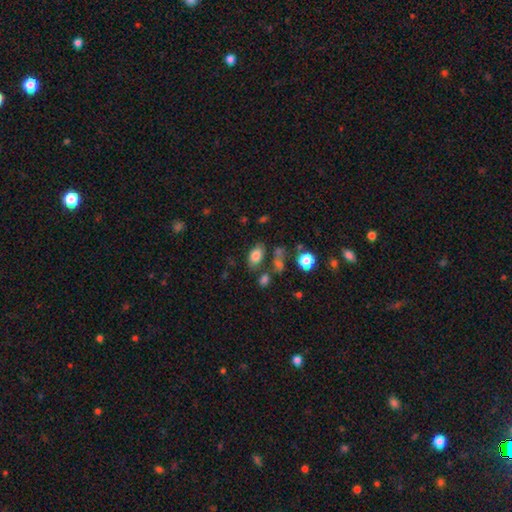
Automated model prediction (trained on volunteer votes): Smooth or featured? Predicted: smooth (p=0.81). How rounded? Predicted: in between (p=0.89). Merging? Predicted: none (p=0.70).